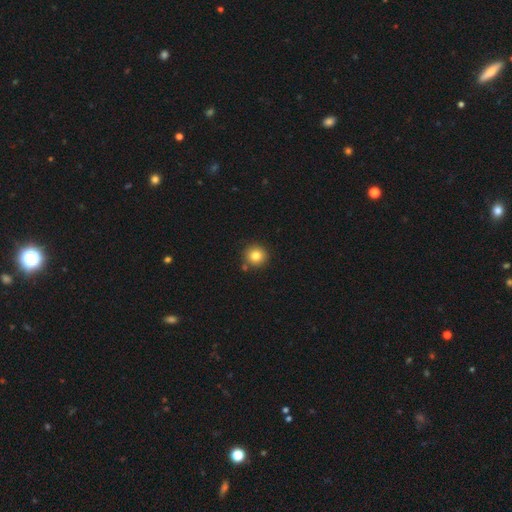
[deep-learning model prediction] A smooth galaxy with no disk features (81%) that is round (94%).

Vote fractions:
- Smooth or featured? smooth: 81% / star or artifact: 11% / featured or disk: 8%
- How rounded? round: 94% / in between: 5% / cigar-shaped: 1%
- Merging? none: 83% / minor disturbance: 8% / merger: 7% / major disturbance: 2%